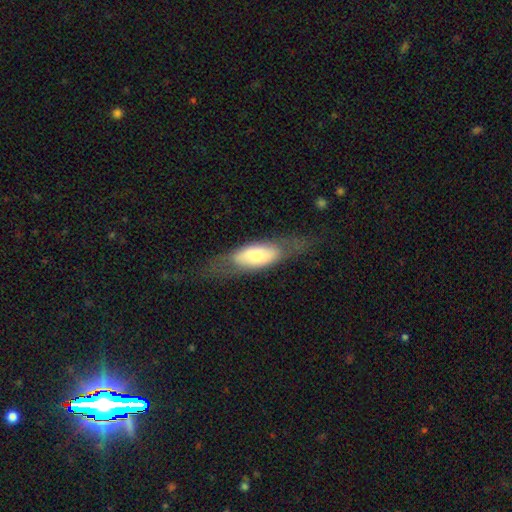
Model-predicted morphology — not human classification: Smooth or featured?
  - smooth: 55% *
  - featured or disk: 39%
  - star or artifact: 6%
How rounded?
  - in between: 69% *
  - cigar-shaped: 28%
  - round: 3%
Merging?
  - none: 57% *
  - minor disturbance: 23%
  - major disturbance: 18%
  - merger: 2%